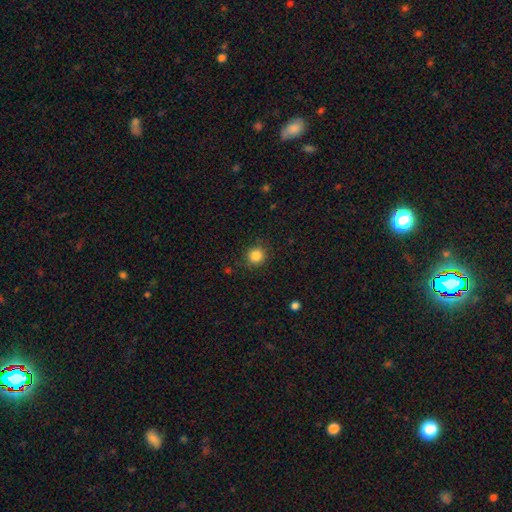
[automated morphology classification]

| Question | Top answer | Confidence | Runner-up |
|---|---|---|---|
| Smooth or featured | smooth | 85% | star or artifact (11%) |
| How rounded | round | 92% | in between (7%) |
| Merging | none | 87% | minor disturbance (9%) |